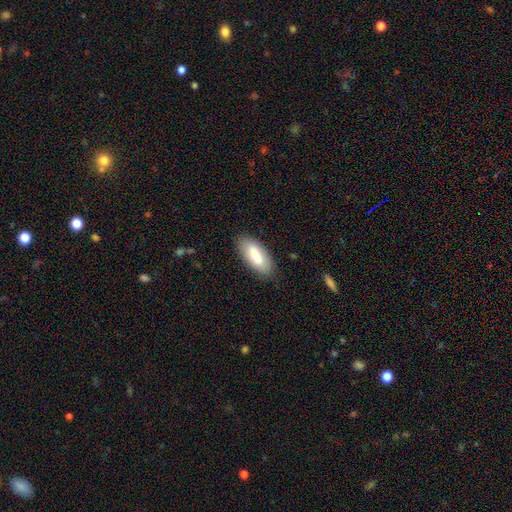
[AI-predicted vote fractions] Overall: smooth (78%). How rounded: in between (80%). Merging: none (85%).